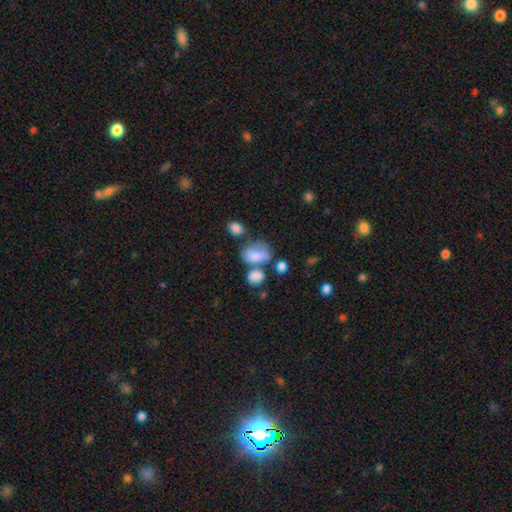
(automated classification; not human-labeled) Morphology: type=smooth (74%); roundness=in between (80%); merging=none (34%).